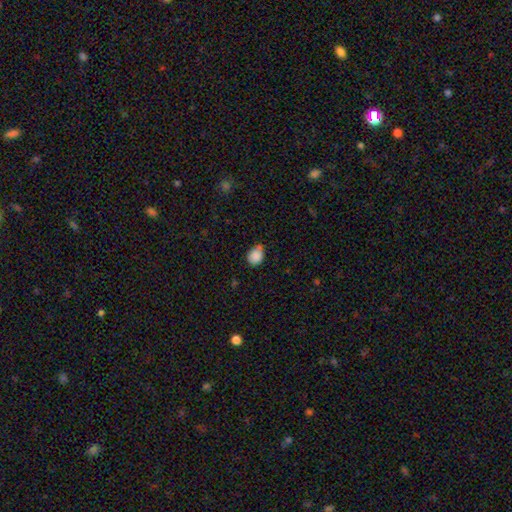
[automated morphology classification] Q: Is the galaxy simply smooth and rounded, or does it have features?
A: smooth — 87%.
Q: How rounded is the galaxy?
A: round — 57%.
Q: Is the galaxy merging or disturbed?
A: none — 60%.